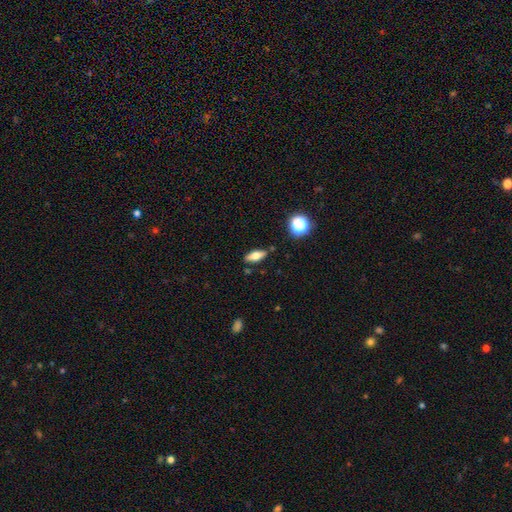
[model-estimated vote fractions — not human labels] smooth 59%, featured or disk 31%, star or artifact 10%. Down the decision tree: how rounded — in between (69%); merging — none (85%).